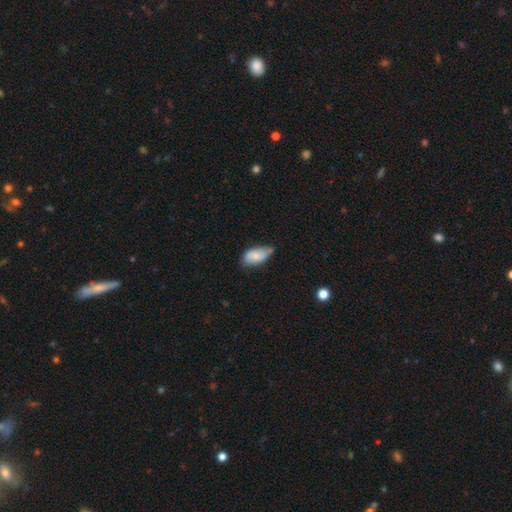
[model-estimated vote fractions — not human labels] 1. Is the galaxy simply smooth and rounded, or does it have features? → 71% smooth, 22% featured or disk, 7% star or artifact.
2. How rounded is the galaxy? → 91% in between, 6% cigar-shaped, 3% round.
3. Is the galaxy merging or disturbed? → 46% none, 43% minor disturbance, 7% major disturbance, 4% merger.